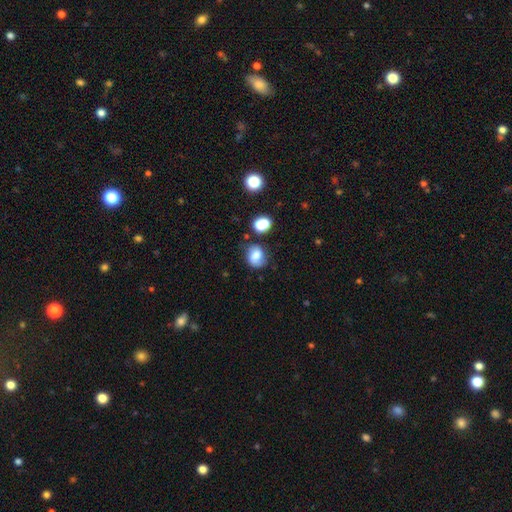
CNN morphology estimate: smooth 65%, featured or disk 23%, star or artifact 12%. Down the decision tree: how rounded — round (53%); merging — none (61%).